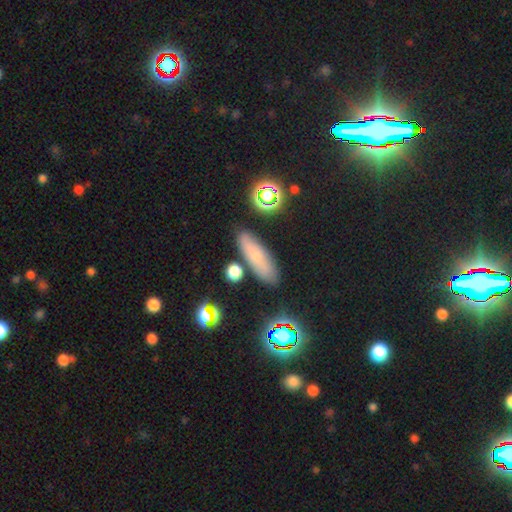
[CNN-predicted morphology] A smooth galaxy with no disk features (62%) that is cigar-shaped (50%).

Vote fractions:
- Smooth or featured? smooth: 62% / featured or disk: 20% / star or artifact: 17%
- How rounded? cigar-shaped: 50% / in between: 45% / round: 5%
- Merging? none: 84% / minor disturbance: 10% / merger: 3% / major disturbance: 3%